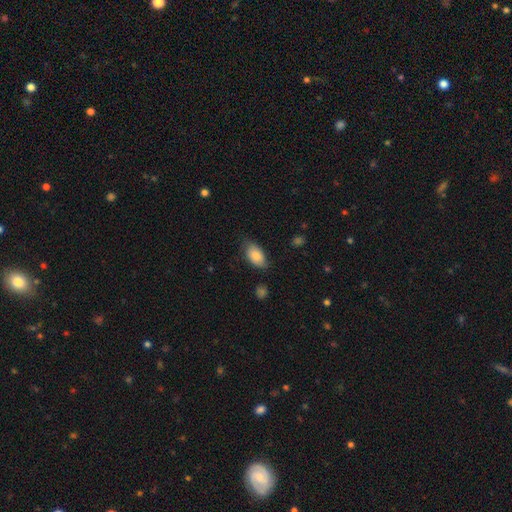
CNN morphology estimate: smooth_or_featured: smooth (p=0.84) [alt: featured or disk p=0.10]
how_rounded: in between (p=0.93) [alt: round p=0.04]
merging: none (p=0.71) [alt: minor disturbance p=0.22]